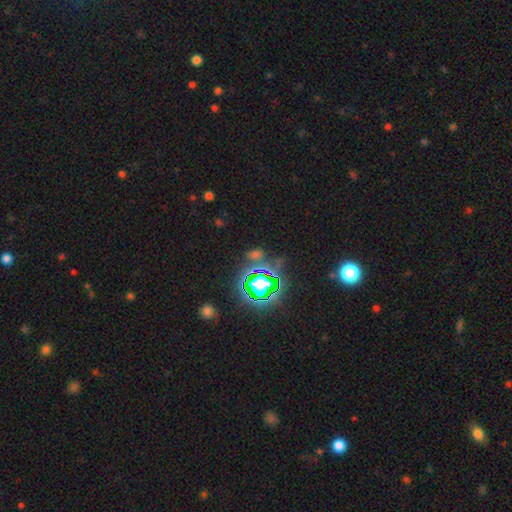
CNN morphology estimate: type=star or artifact (62%).